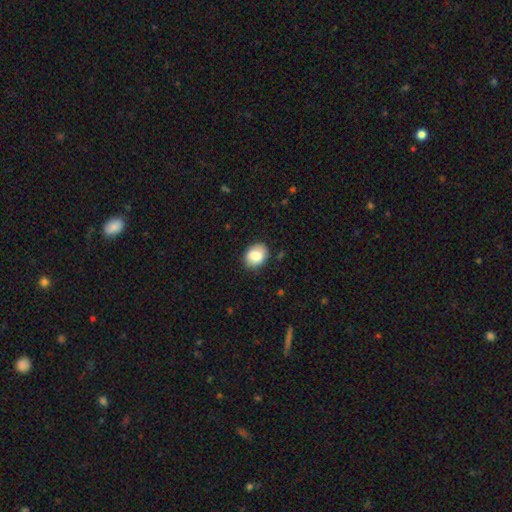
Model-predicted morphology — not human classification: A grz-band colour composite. It shows a smooth galaxy with no disk features (80%) that is in between round and cigar-shaped (60%). Merging: none (82%).